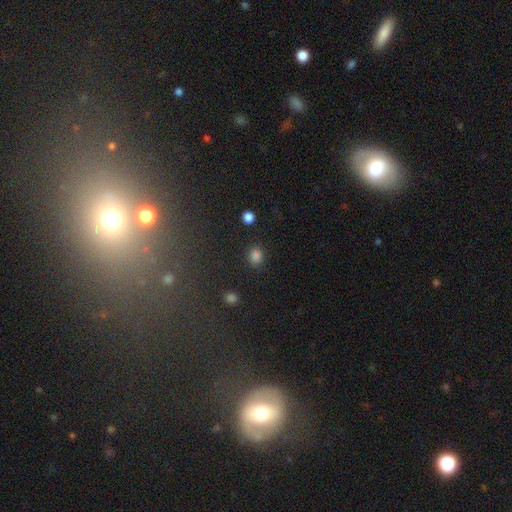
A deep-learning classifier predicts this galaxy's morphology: Overall: smooth (79%). How rounded: round (70%). Merging: none (82%).